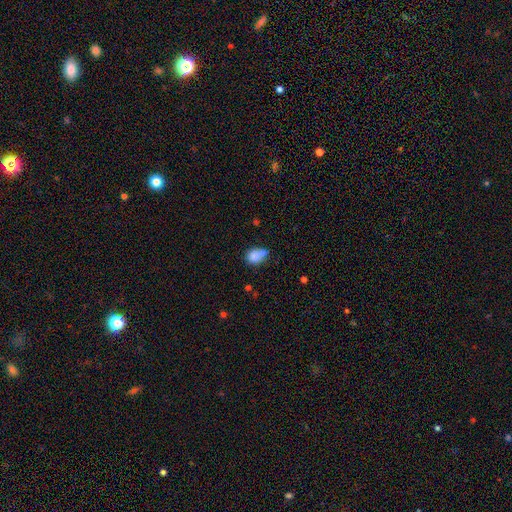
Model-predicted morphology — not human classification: Overall: smooth (81%). How rounded: round (51%; in between 48%). Merging: none (43%; merger 27%).